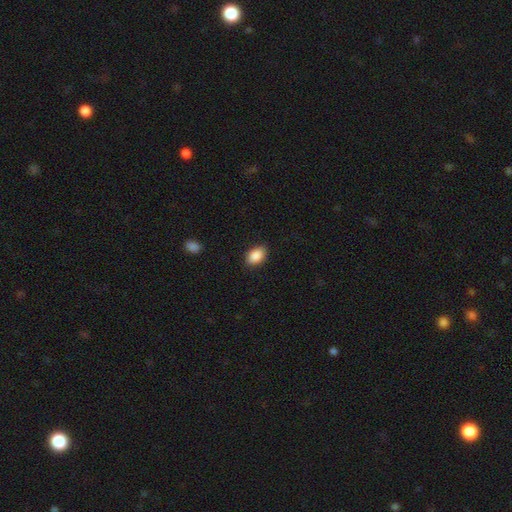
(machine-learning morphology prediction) This is clearly a smooth galaxy (88%). How rounded: clearly in between (86%). Merging: clearly none (87%).